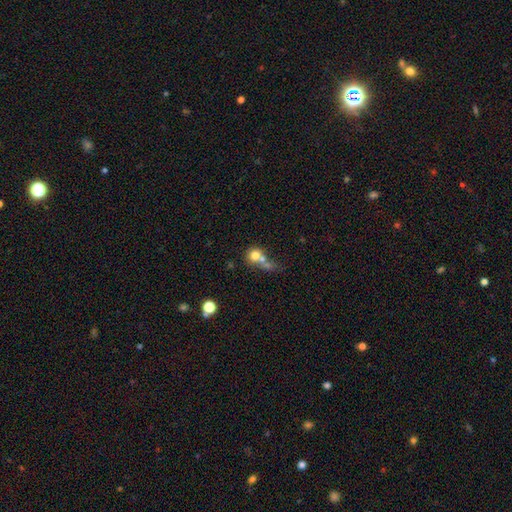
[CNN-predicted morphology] Q: Smooth or featured?
A: smooth (70%); runner-up: featured or disk (17%)
Q: How rounded?
A: round (80%); runner-up: in between (19%)
Q: Merging?
A: merger (57%); runner-up: none (28%)